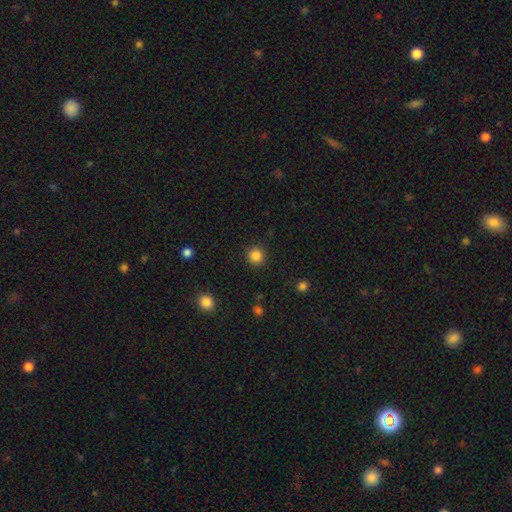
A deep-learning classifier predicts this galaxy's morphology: smooth_or_featured: smooth (p=0.85) [alt: star or artifact p=0.11]
how_rounded: round (p=0.94) [alt: in between p=0.05]
merging: none (p=0.91) [alt: minor disturbance p=0.06]